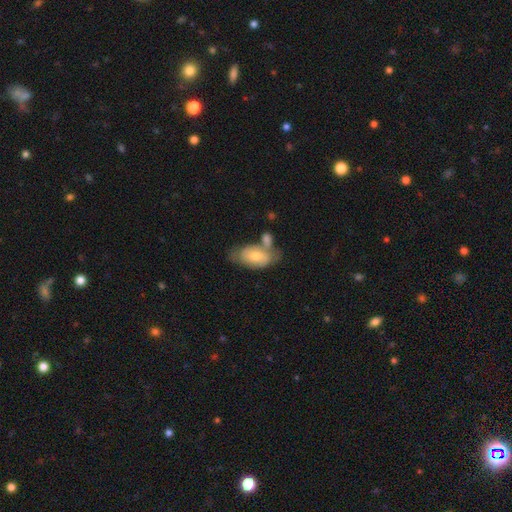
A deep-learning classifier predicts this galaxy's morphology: The model was most divided on "merging": none: 41%, merger: 30%, minor disturbance: 21%, major disturbance: 8%. More confident: how rounded — in between (91%); smooth or featured — smooth (60%).